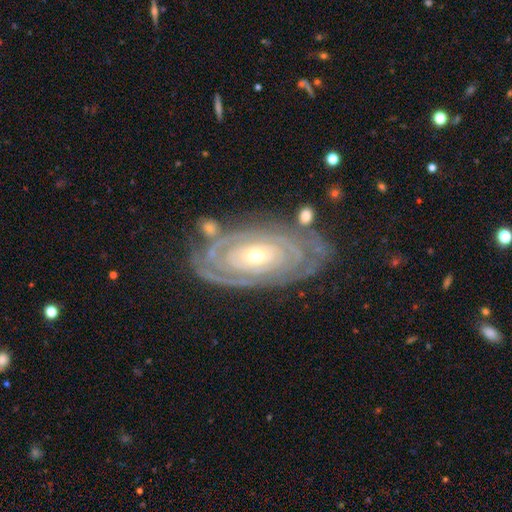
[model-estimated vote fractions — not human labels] Q: Smooth or featured?
A: featured or disk (86%); runner-up: smooth (9%)
Q: Edge-on disk?
A: no (94%); runner-up: yes (6%)
Q: Bar?
A: no (73%); runner-up: weak (19%)
Q: Spiral arms?
A: yes (89%); runner-up: no (11%)
Q: Spiral winding?
A: tight (86%); runner-up: medium (11%)
Q: Spiral arm count?
A: can't tell (44%); runner-up: 2 (25%)
Q: Bulge size?
A: small (55%); runner-up: moderate (41%)
Q: Merging?
A: none (75%); runner-up: minor disturbance (15%)